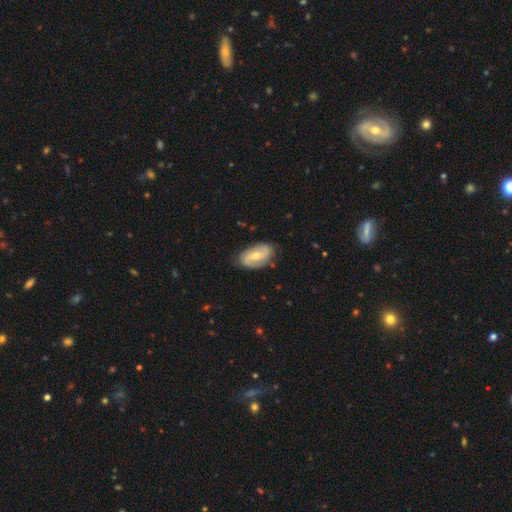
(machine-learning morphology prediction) type=featured or disk (73%); edge-on=no (96%); bar=weak (41%); spiral arms=yes (91%); winding=medium (40%); arm count=2 (88%); bulge=moderate (51%); merging=none (80%).